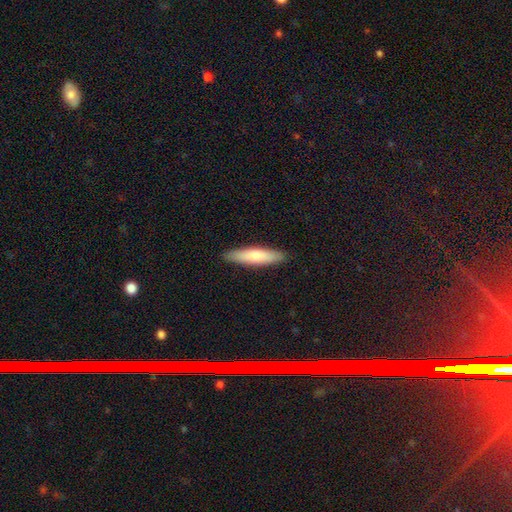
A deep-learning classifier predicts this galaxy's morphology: smooth_or_featured: smooth (p=0.74) [alt: featured or disk p=0.21]
how_rounded: cigar-shaped (p=0.81) [alt: in between p=0.18]
merging: none (p=0.89) [alt: minor disturbance p=0.08]